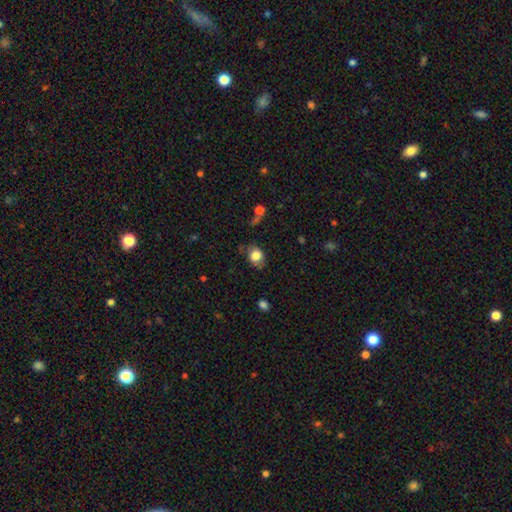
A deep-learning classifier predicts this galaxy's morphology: Overall: smooth (81%). How rounded: round (53%; in between 46%). Merging: none (73%).